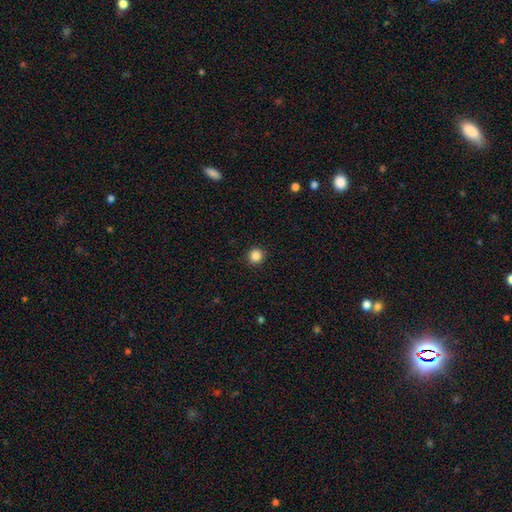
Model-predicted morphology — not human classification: Smooth or featured?
  - smooth: 86% *
  - star or artifact: 11%
  - featured or disk: 3%
How rounded?
  - round: 94% *
  - in between: 5%
  - cigar-shaped: 1%
Merging?
  - none: 92% *
  - minor disturbance: 5%
  - major disturbance: 2%
  - merger: 1%